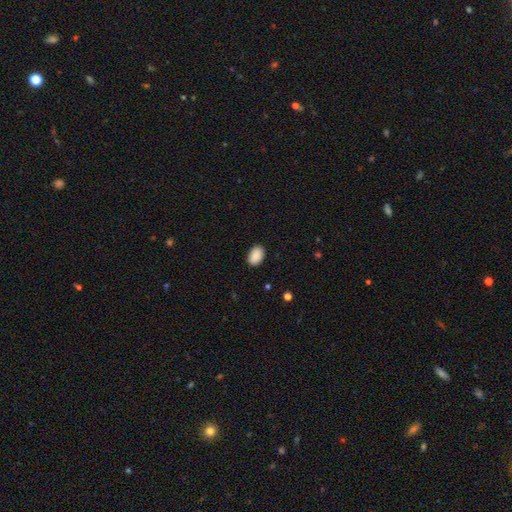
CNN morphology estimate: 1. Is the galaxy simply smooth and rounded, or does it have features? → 91% smooth, 7% star or artifact, 2% featured or disk.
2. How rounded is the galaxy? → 88% in between, 11% round, 1% cigar-shaped.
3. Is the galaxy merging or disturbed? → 89% none, 8% minor disturbance, 2% major disturbance, 1% merger.